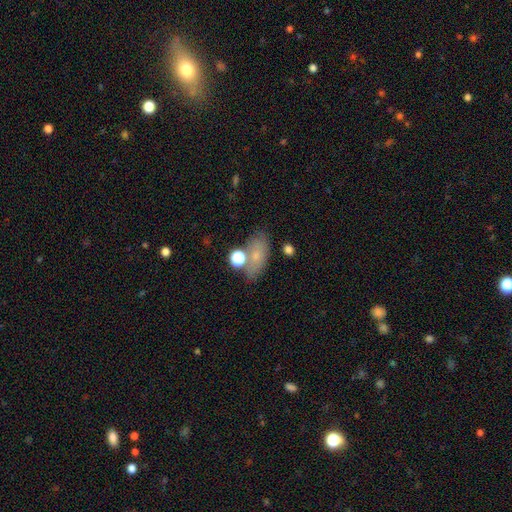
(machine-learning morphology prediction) smooth 67%, featured or disk 19%, star or artifact 14%. Down the decision tree: how rounded — in between (82%); merging — none (61%).